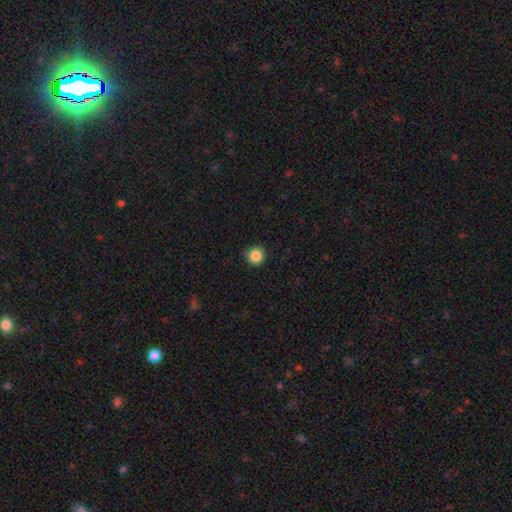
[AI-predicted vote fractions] Smooth or featured? Predicted: smooth (p=0.87). How rounded? Predicted: round (p=0.94). Merging? Predicted: none (p=0.85).